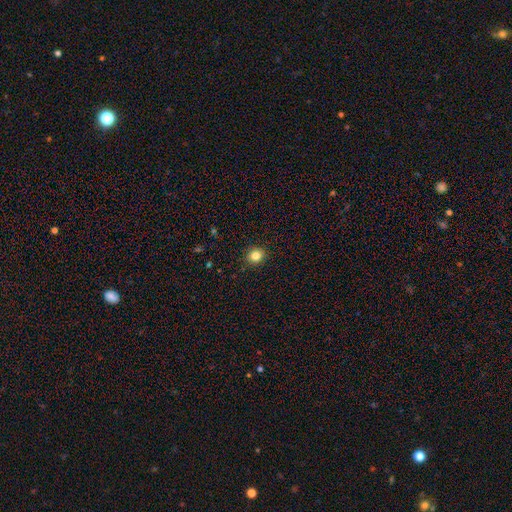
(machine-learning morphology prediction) Q: Smooth or featured?
A: smooth (83%); runner-up: star or artifact (11%)
Q: How rounded?
A: round (85%); runner-up: in between (14%)
Q: Merging?
A: none (91%); runner-up: minor disturbance (6%)